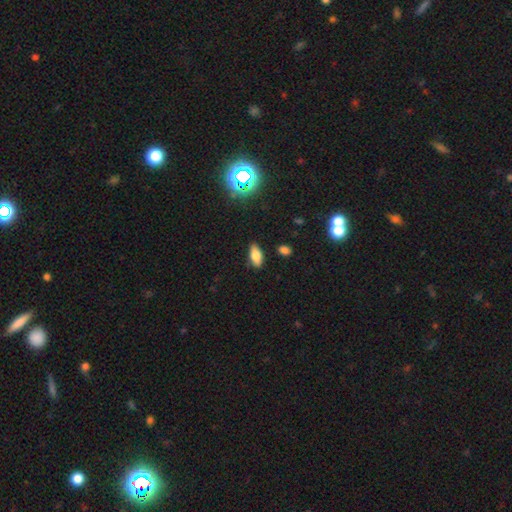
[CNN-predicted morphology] Q: Smooth or featured?
A: smooth (77%); runner-up: star or artifact (12%)
Q: How rounded?
A: in between (86%); runner-up: cigar-shaped (11%)
Q: Merging?
A: none (85%); runner-up: minor disturbance (11%)